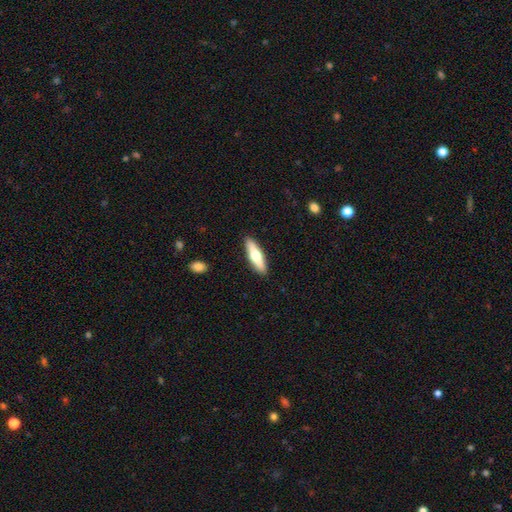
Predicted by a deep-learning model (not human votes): Overall: smooth (53%; featured or disk 42%). How rounded: cigar-shaped (72%). Merging: none (90%).